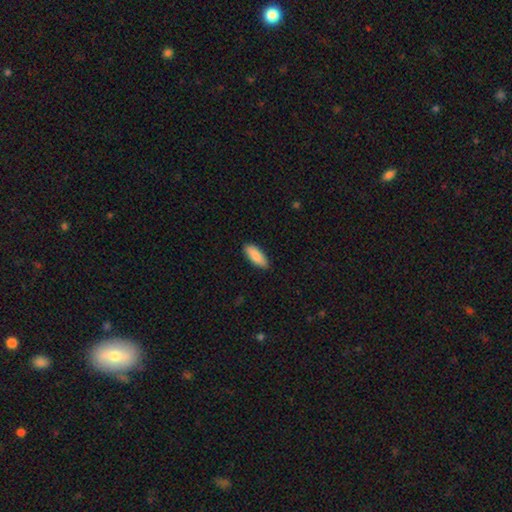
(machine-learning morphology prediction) Overall: smooth (89%). How rounded: in between (71%). Merging: none (89%).